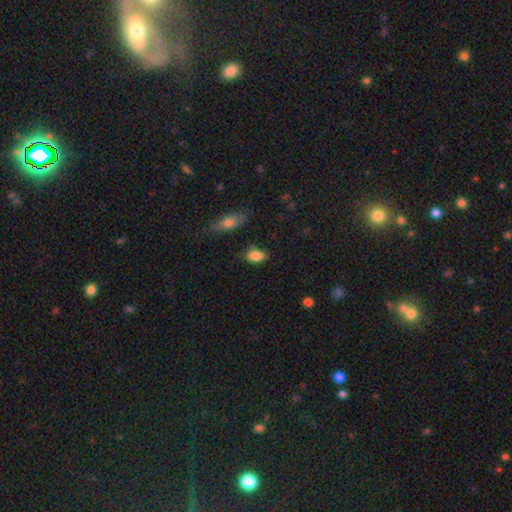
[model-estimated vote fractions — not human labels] A smooth galaxy with no disk features (85%) that is in between round and cigar-shaped (87%). Merging: none (79%).